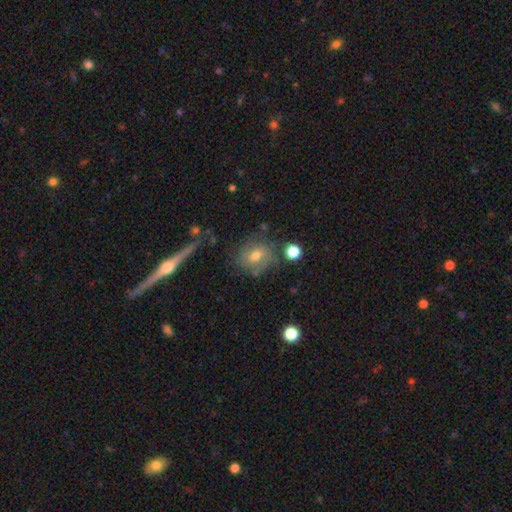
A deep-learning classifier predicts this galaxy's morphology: This appears to be a smooth galaxy with no disk features (45%). Merging: none (66%).